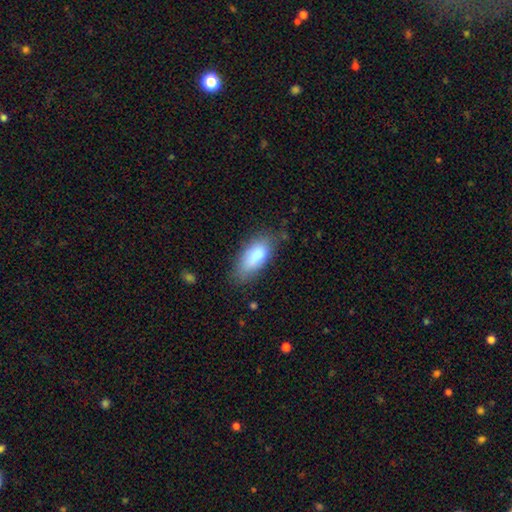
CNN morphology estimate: smooth_or_featured: smooth (p=0.84) [alt: featured or disk p=0.09]
how_rounded: in between (p=0.87) [alt: cigar-shaped p=0.11]
merging: none (p=0.69) [alt: minor disturbance p=0.23]